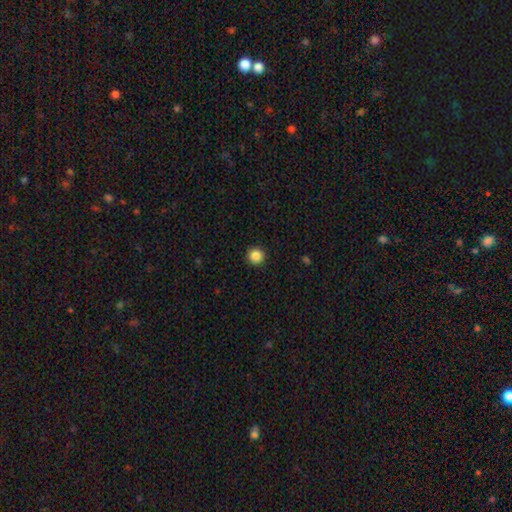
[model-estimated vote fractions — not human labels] This is clearly a smooth galaxy (86%). How rounded: clearly round (95%). Merging: clearly none (93%).